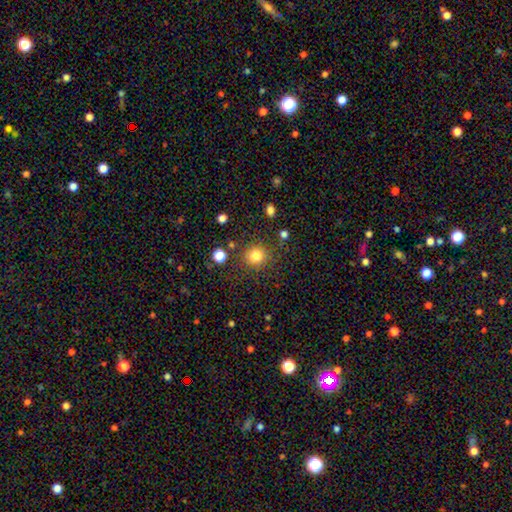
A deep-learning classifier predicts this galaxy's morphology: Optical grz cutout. It shows a smooth galaxy with no disk features (82%) that is round (88%). Merging: none (82%).